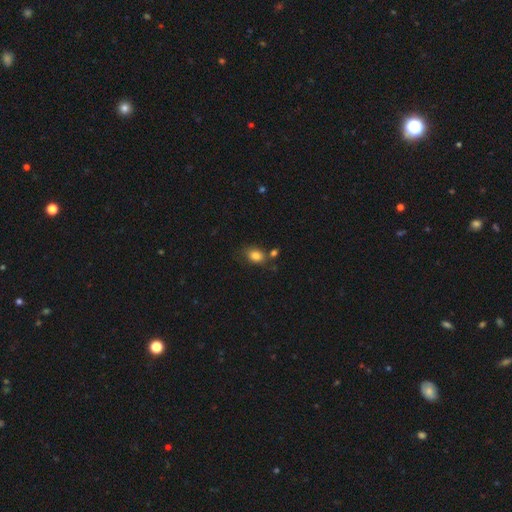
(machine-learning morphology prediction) A smooth galaxy with no disk features (83%) that is in between round and cigar-shaped (70%). Merging: none (66%).